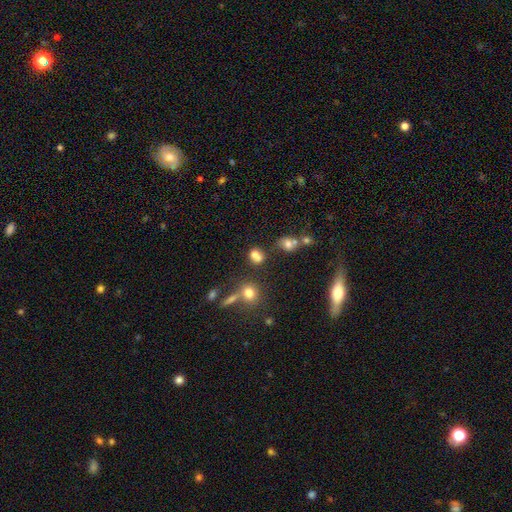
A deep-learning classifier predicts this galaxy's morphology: This appears to be a smooth galaxy with no disk features (72%) that is round (52%). Merging: none (47%).